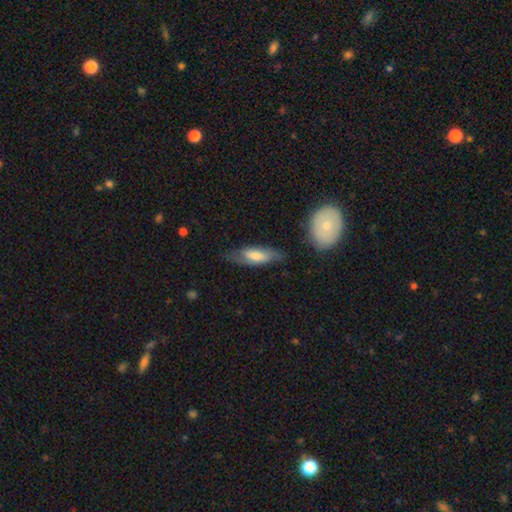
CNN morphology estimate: Q: Smooth or featured?
A: smooth (55%); runner-up: featured or disk (39%)
Q: How rounded?
A: in between (60%); runner-up: cigar-shaped (37%)
Q: Merging?
A: none (62%); runner-up: minor disturbance (26%)